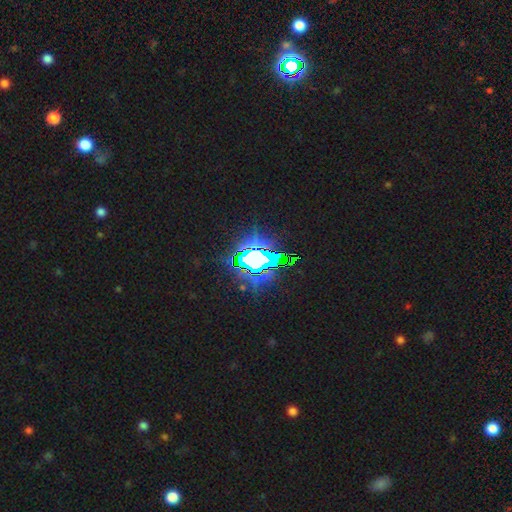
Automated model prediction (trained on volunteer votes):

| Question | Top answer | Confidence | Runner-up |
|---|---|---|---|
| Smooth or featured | star or artifact | 84% | smooth (10%) |